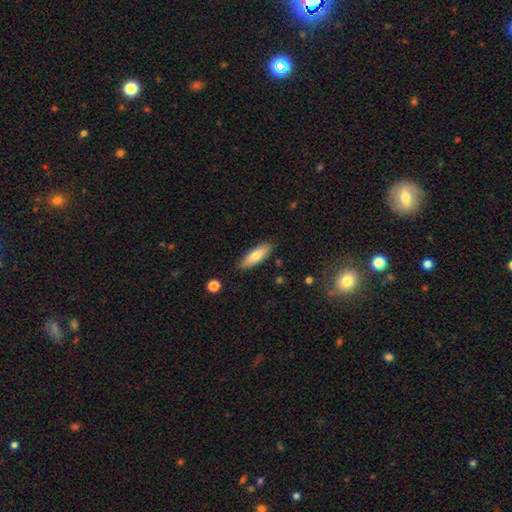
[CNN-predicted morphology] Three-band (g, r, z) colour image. It shows a smooth galaxy with no disk features (71%) that is in between round and cigar-shaped (50%). Merging: none (87%).